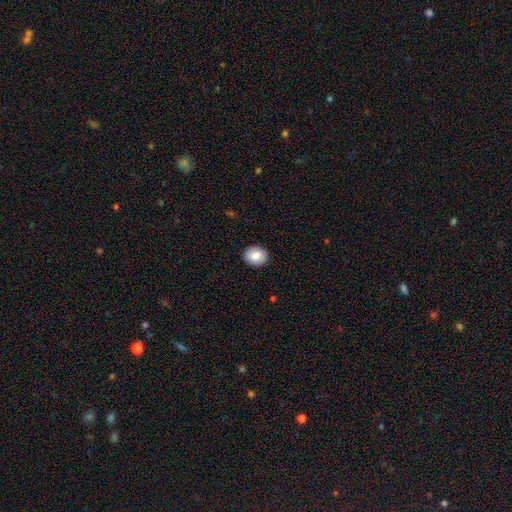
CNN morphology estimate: This appears to be a smooth galaxy with no disk features (81%) that is round (65%). Merging: none (91%).